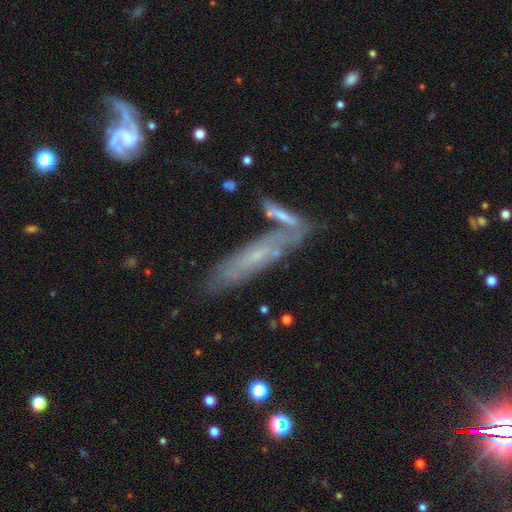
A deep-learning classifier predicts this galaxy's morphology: type=featured or disk (57%); edge-on=no (57%); merging=none (59%).